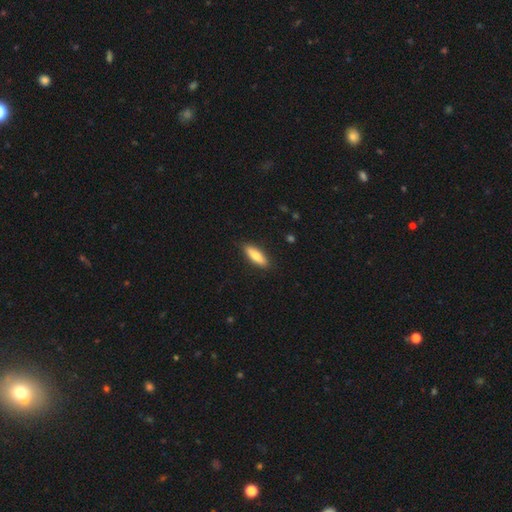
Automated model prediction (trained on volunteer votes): smooth_or_featured: smooth (p=0.76) [alt: featured or disk p=0.19]
how_rounded: cigar-shaped (p=0.52) [alt: in between p=0.46]
merging: none (p=0.88) [alt: minor disturbance p=0.09]